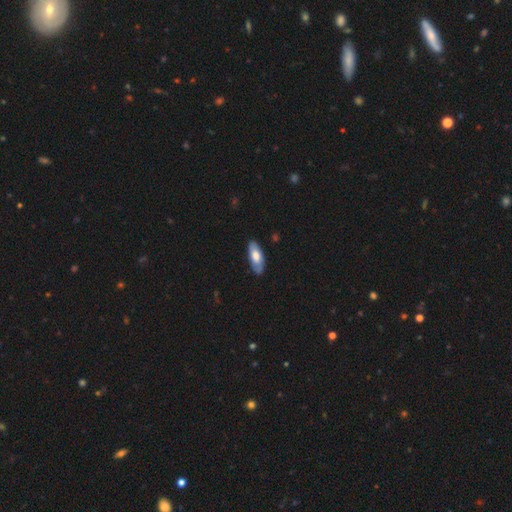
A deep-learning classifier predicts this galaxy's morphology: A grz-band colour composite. It shows a smooth galaxy with no disk features (62%) that is in between round and cigar-shaped (77%). Merging: none (82%).